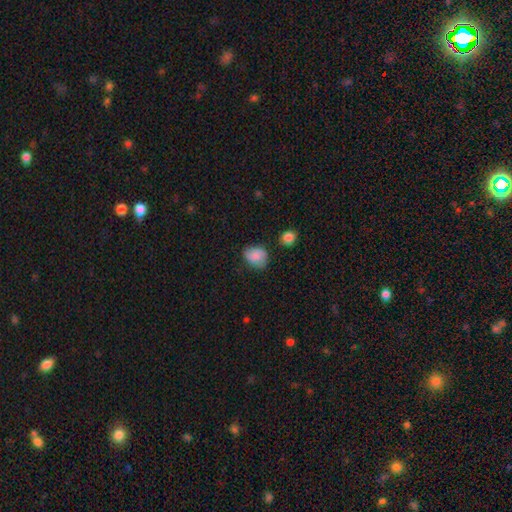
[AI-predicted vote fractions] A smooth galaxy with no disk features (81%) that is round (50%).

Vote fractions:
- Smooth or featured? smooth: 81% / featured or disk: 10% / star or artifact: 8%
- How rounded? round: 50% / in between: 49% / cigar-shaped: 1%
- Merging? none: 67% / minor disturbance: 25% / major disturbance: 6% / merger: 3%